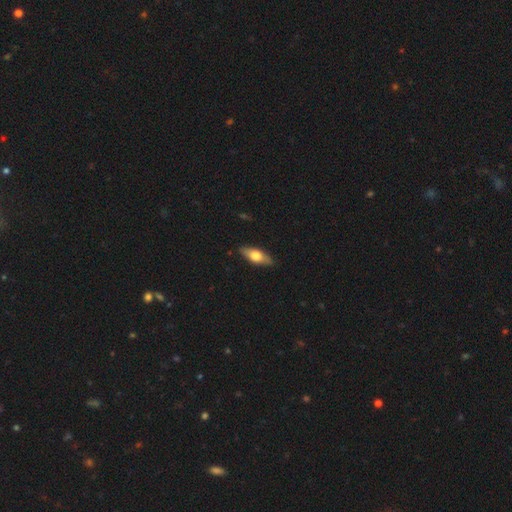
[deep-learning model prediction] This appears to be a smooth galaxy with no disk features (52%) that is in between round and cigar-shaped (63%). Merging: none (87%).